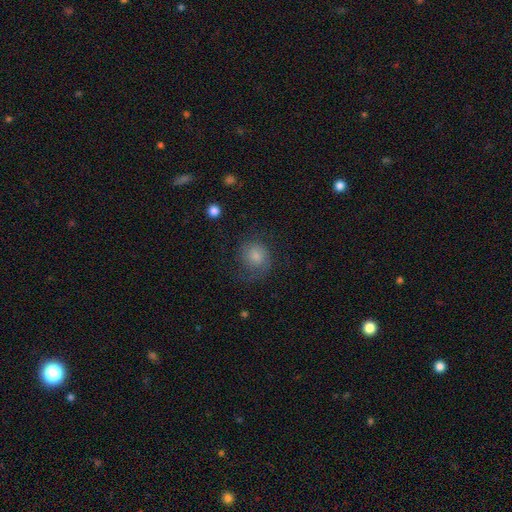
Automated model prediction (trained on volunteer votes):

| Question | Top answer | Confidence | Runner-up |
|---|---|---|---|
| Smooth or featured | smooth | 50% | featured or disk (36%) |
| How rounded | round | 79% | in between (20%) |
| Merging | none | 65% | minor disturbance (19%) |